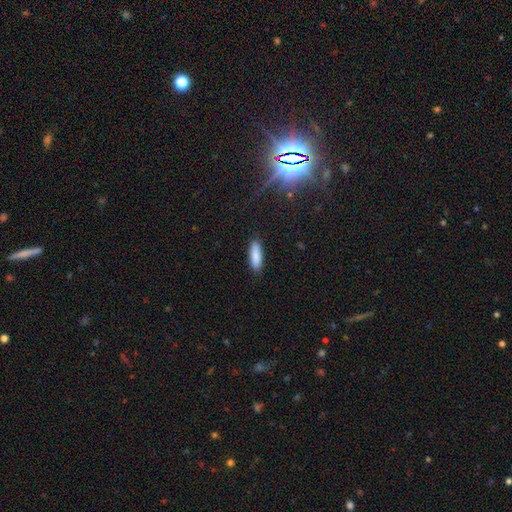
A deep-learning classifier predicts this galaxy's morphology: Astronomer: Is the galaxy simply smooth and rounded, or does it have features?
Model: smooth — 87%.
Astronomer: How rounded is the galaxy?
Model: cigar-shaped — 51% (runner-up: in between, 48%).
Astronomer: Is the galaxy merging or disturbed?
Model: none — 88%.